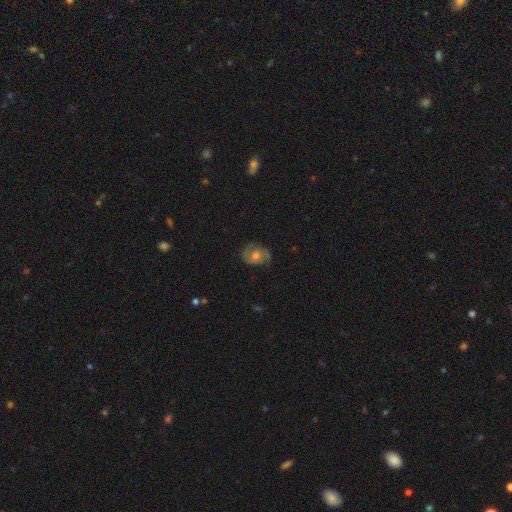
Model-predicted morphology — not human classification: A featured or disk galaxy (59%) with no bar (69%), spiral arms (84%) and a moderate central bulge (64%).

Vote fractions:
- Smooth or featured? featured or disk: 59% / smooth: 31% / star or artifact: 10%
- Edge-on disk? no: 97% / yes: 3%
- Bar? no: 69% / weak: 26% / strong: 5%
- Spiral arms? yes: 84% / no: 16%
- Bulge size? moderate: 64% / small: 24% / large: 8% / none: 3% / dominant: 1%
- Merging? none: 73% / minor disturbance: 19% / major disturbance: 6% / merger: 1%